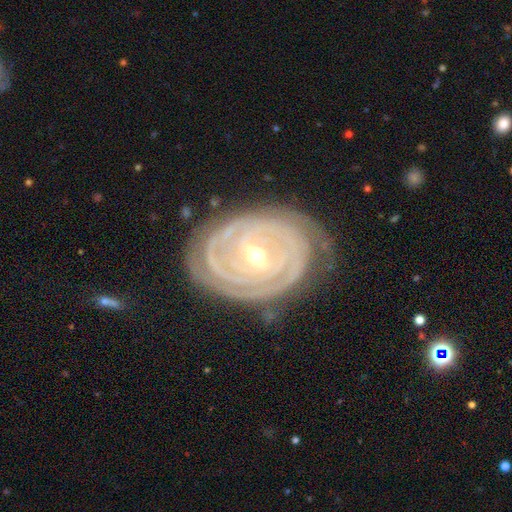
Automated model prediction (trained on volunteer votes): A featured or disk galaxy (91%) with a weak bar (42%), tight (87%) spiral arms (97%) and a moderate central bulge (49%). Merging: none (77%).